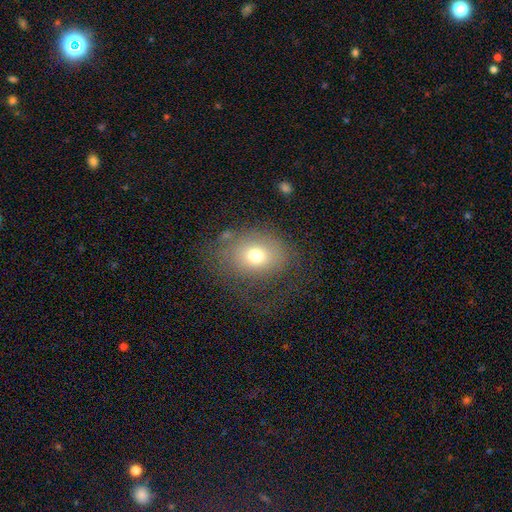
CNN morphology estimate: Smooth or featured: smooth — 71% (featured or disk — 18%)
How rounded: in between — 54% (round — 46%)
Merging: none — 58% (major disturbance — 20%)